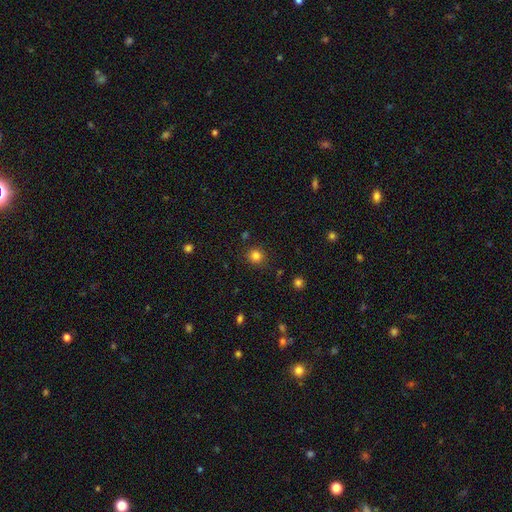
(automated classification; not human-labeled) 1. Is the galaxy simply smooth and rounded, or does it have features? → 82% smooth, 13% star or artifact, 4% featured or disk.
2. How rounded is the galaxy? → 89% round, 10% in between, 1% cigar-shaped.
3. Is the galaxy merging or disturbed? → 86% none, 9% minor disturbance, 3% major disturbance, 2% merger.